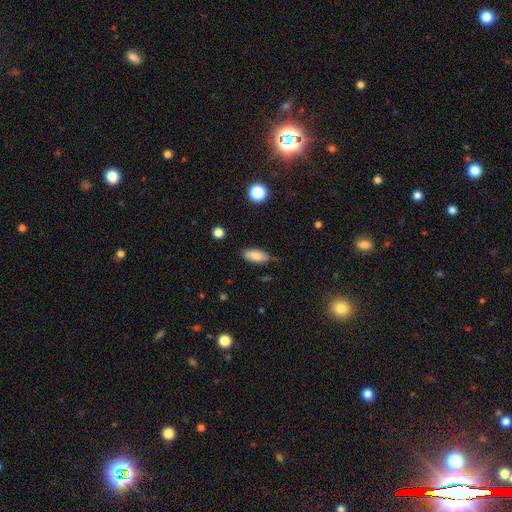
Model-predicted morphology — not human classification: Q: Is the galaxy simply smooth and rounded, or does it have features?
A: smooth — 78%.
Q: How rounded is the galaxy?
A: in between — 87%.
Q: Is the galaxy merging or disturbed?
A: none — 72%.